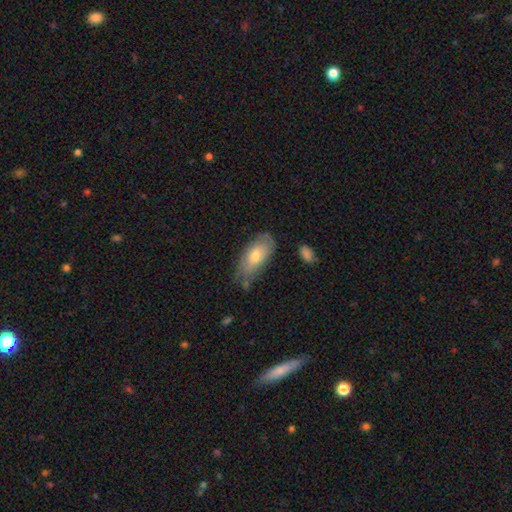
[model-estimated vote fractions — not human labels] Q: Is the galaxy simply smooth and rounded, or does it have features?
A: smooth — 69%.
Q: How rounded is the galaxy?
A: in between — 89%.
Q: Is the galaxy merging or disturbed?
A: none — 65%.